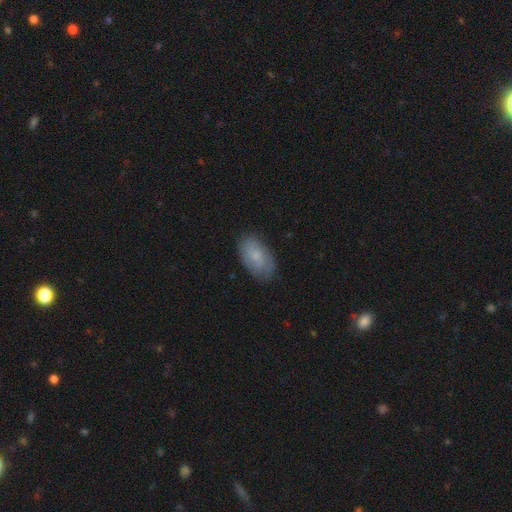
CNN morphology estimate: A smooth galaxy with no disk features (63%) that is in between round and cigar-shaped (93%). Merging: none (77%).